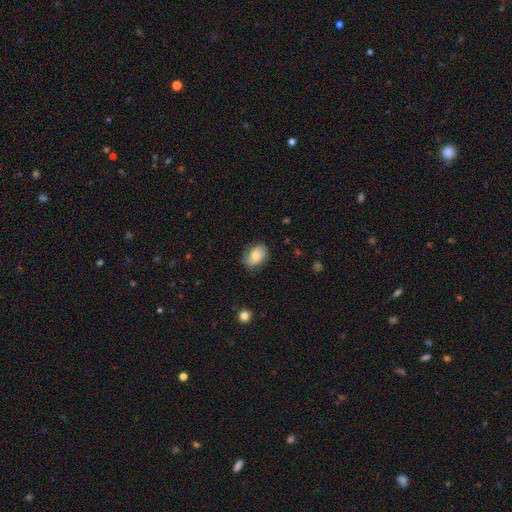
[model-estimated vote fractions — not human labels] Smooth or featured: smooth — 68% (featured or disk — 25%)
How rounded: in between — 79% (round — 20%)
Merging: none — 75% (minor disturbance — 19%)